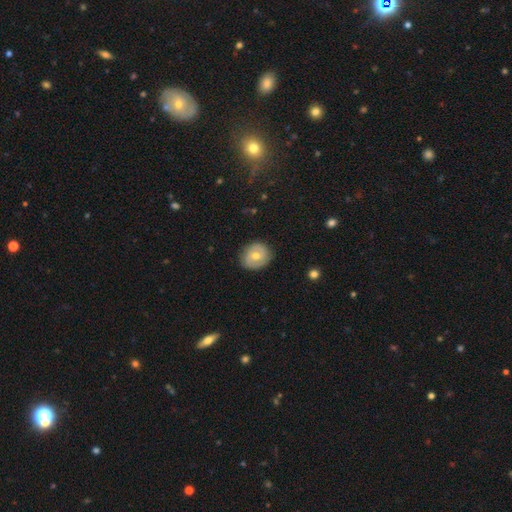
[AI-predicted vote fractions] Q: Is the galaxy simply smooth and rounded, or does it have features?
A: featured or disk — 50%.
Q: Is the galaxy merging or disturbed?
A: none — 82%.